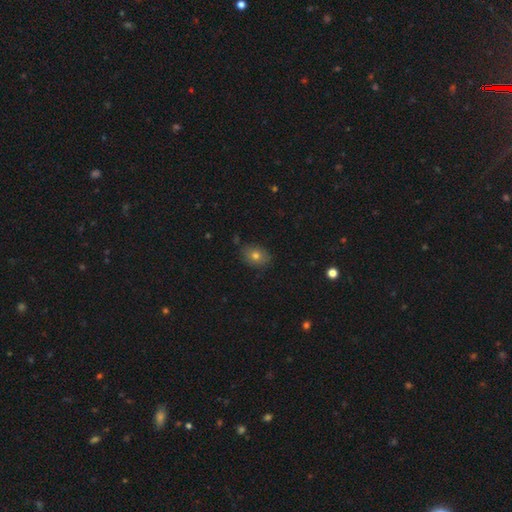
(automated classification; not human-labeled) Smooth or featured? smooth (76%)
How rounded? in between (64%)
Merging? none (83%)